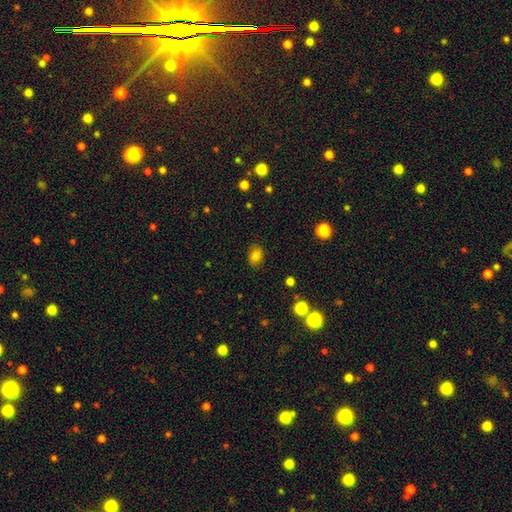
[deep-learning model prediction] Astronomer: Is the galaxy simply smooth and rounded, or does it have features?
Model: smooth — 81%.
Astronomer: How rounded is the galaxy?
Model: in between — 66%.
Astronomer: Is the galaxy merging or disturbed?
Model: none — 83%.